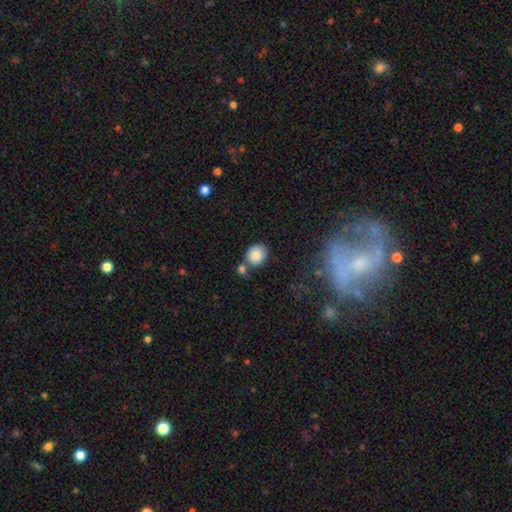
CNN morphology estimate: The model was most divided on "how rounded": round: 66%, in between: 33%, cigar-shaped: 1%. More confident: smooth or featured — smooth (84%); merging — none (65%).